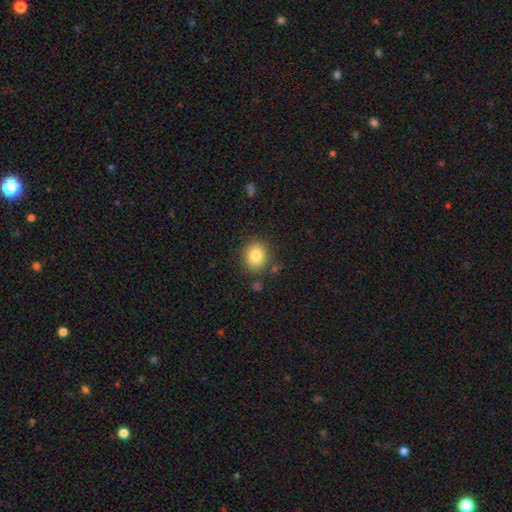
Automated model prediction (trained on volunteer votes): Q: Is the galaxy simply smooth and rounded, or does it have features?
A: smooth — 83%.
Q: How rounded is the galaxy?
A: round — 69%.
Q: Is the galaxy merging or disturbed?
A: none — 84%.